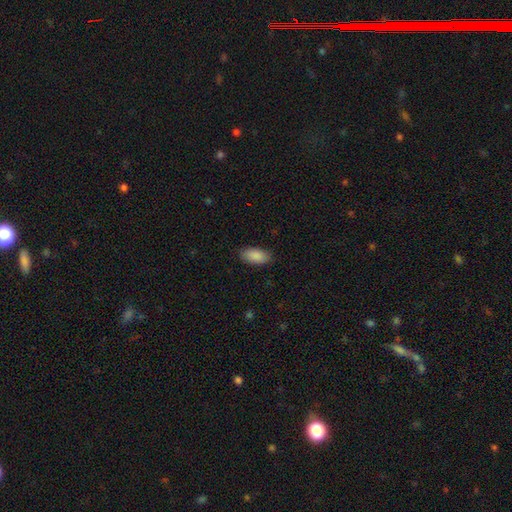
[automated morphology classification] Smooth or featured?
  - smooth: 90% *
  - star or artifact: 6%
  - featured or disk: 4%
How rounded?
  - in between: 93% *
  - cigar-shaped: 5%
  - round: 2%
Merging?
  - none: 86% *
  - minor disturbance: 11%
  - major disturbance: 2%
  - merger: 1%